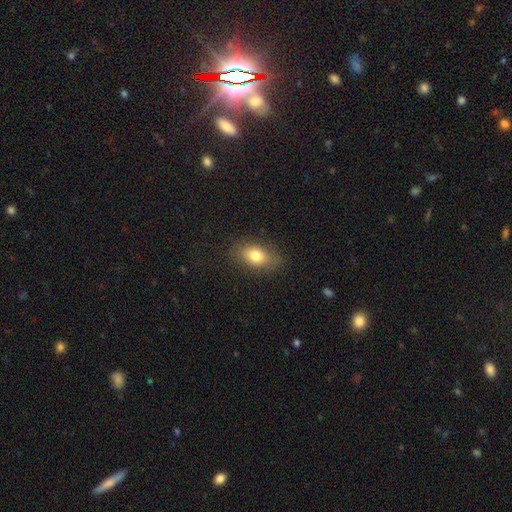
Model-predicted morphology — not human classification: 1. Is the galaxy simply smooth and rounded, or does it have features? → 79% smooth, 12% featured or disk, 9% star or artifact.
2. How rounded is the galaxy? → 84% in between, 13% round, 4% cigar-shaped.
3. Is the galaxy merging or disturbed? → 81% none, 14% minor disturbance, 4% major disturbance, 1% merger.